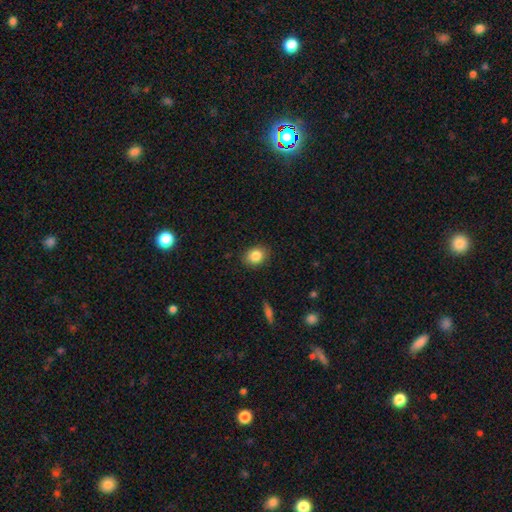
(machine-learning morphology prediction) type=smooth (84%); roundness=in between (53%); merging=none (87%).